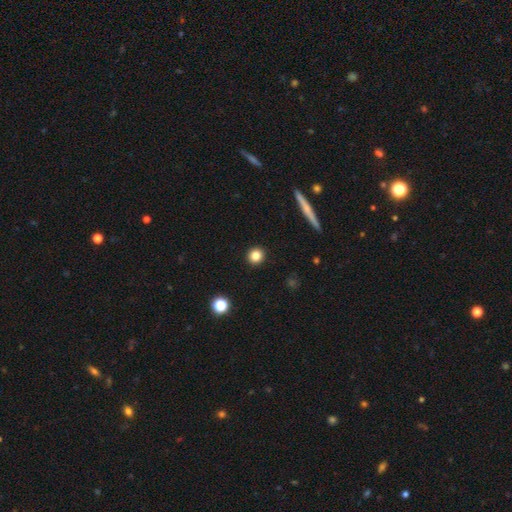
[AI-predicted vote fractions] Overall: smooth (83%). How rounded: round (92%). Merging: none (92%).